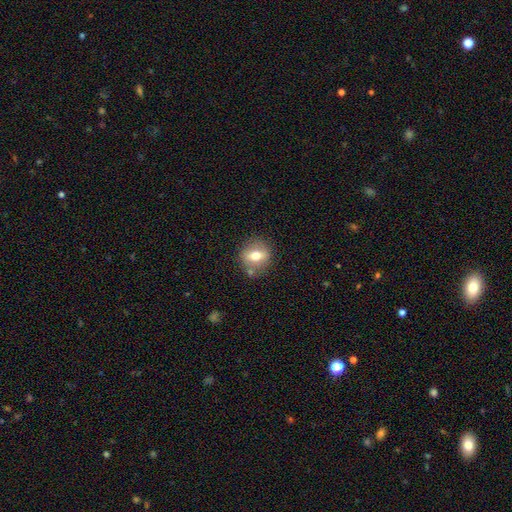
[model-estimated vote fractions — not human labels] Morphology: type=smooth (53%); roundness=round (73%); merging=none (81%).